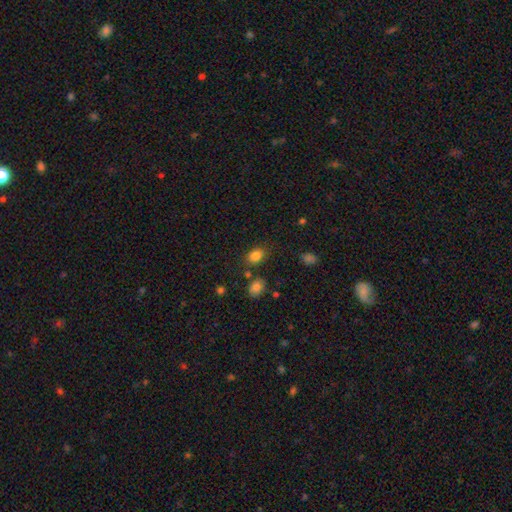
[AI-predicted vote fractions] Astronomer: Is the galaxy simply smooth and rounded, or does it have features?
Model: smooth — 83%.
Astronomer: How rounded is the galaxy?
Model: in between — 64%.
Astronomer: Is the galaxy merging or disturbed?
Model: none — 76%.